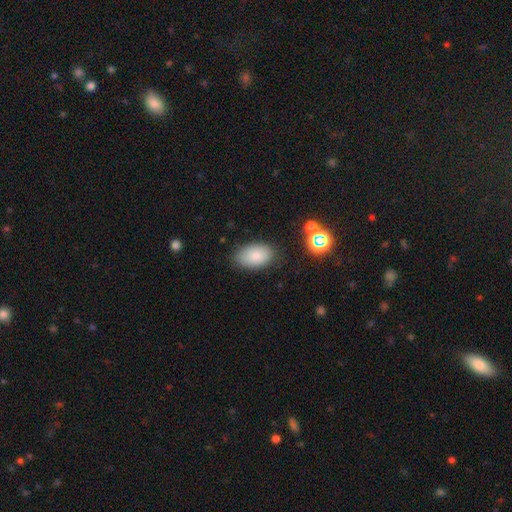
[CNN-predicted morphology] This is clearly a smooth galaxy (82%). How rounded: clearly in between (92%). Merging: clearly none (83%).